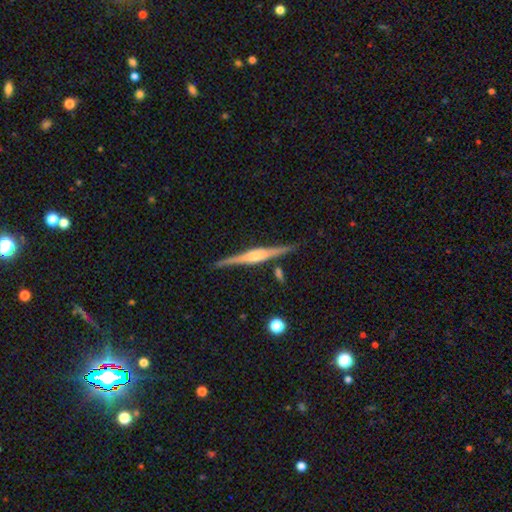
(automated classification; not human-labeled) smooth-or-featured: featured or disk: 81% | smooth: 13% | star or artifact: 6%
  disk-edge-on: yes: 98% | no: 2%
    edge-on-bulge: rounded: 67% | boxy: 28% | none: 6%
  merging: none: 87% | minor disturbance: 9% | merger: 2% | major disturbance: 2%